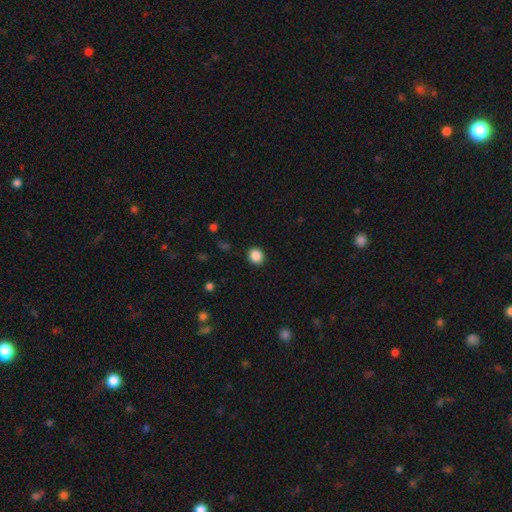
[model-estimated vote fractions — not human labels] This is clearly a smooth galaxy (87%). How rounded: likely round (74%). Merging: clearly none (91%).